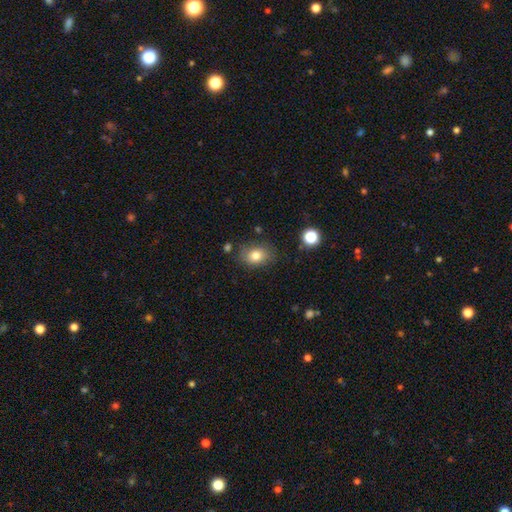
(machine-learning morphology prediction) This is likely a smooth galaxy (80%). How rounded: likely in between (65%). Merging: likely none (77%).